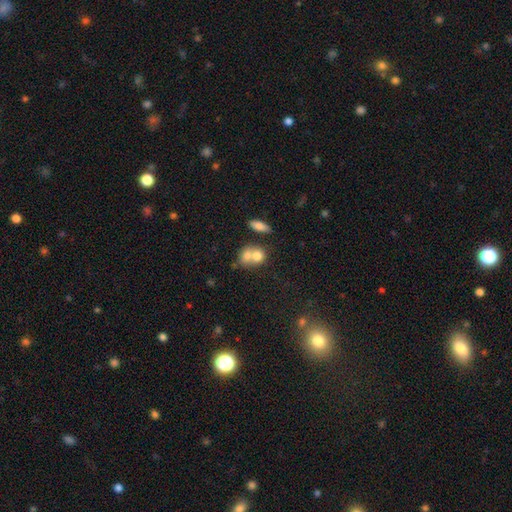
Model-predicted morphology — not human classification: Q: Smooth or featured?
A: smooth (73%); runner-up: featured or disk (18%)
Q: How rounded?
A: round (53%); runner-up: in between (45%)
Q: Merging?
A: merger (63%); runner-up: none (25%)